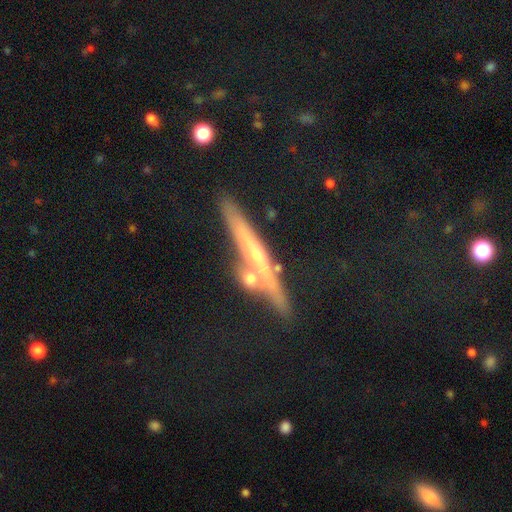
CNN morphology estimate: featured or disk 54%, smooth 24%, star or artifact 21%. Down the decision tree: edge-on disk — yes (89%); merging — none (76%).